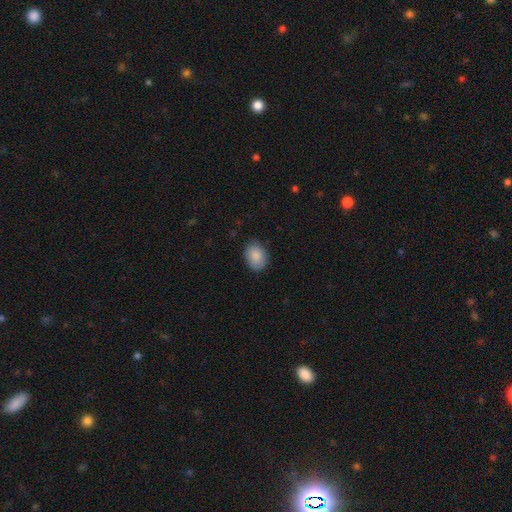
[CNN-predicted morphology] Smooth or featured?
  - smooth: 89% *
  - star or artifact: 7%
  - featured or disk: 5%
How rounded?
  - in between: 74% *
  - round: 25%
  - cigar-shaped: 1%
Merging?
  - none: 83% *
  - minor disturbance: 13%
  - major disturbance: 3%
  - merger: 1%